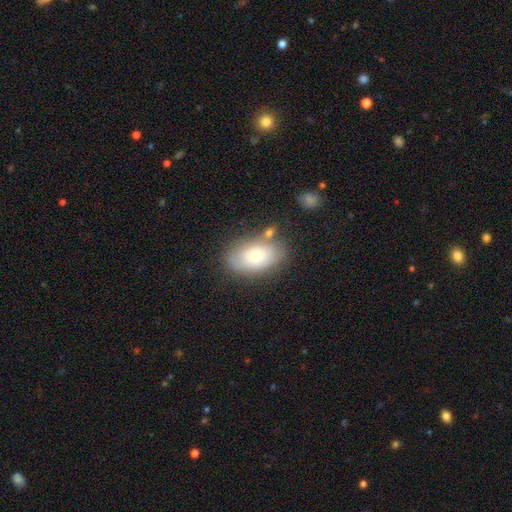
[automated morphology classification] This is likely a smooth galaxy (67%). How rounded: clearly in between (88%). Merging: likely none (71%).